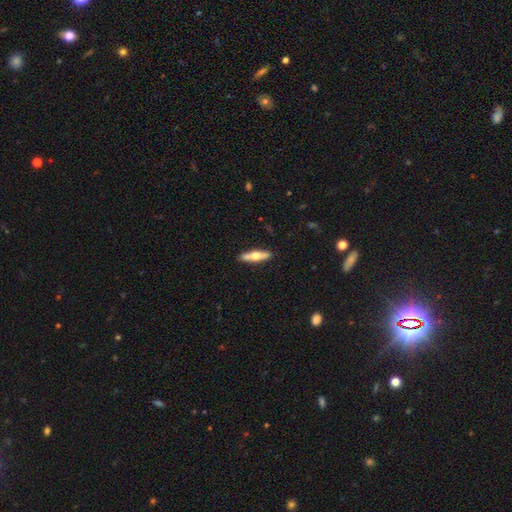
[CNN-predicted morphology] The model was most divided on "smooth or featured": featured or disk: 54%, smooth: 41%, star or artifact: 5%. More confident: edge-on disk — yes (91%); merging — none (90%).